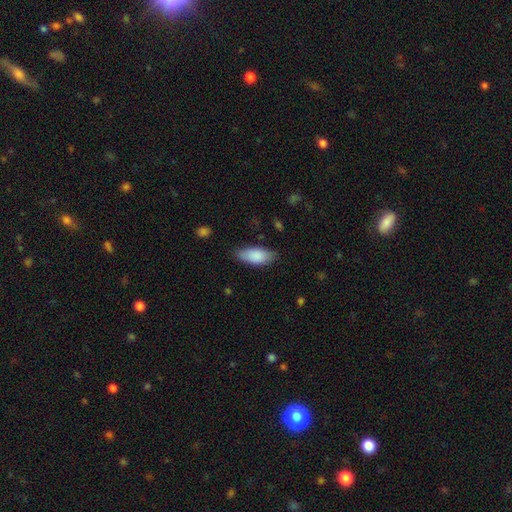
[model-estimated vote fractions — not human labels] A smooth galaxy with no disk features (86%) that is in between round and cigar-shaped (86%).

Vote fractions:
- Smooth or featured? smooth: 86% / featured or disk: 8% / star or artifact: 6%
- How rounded? in between: 86% / cigar-shaped: 12% / round: 2%
- Merging? none: 77% / minor disturbance: 18% / major disturbance: 3% / merger: 1%